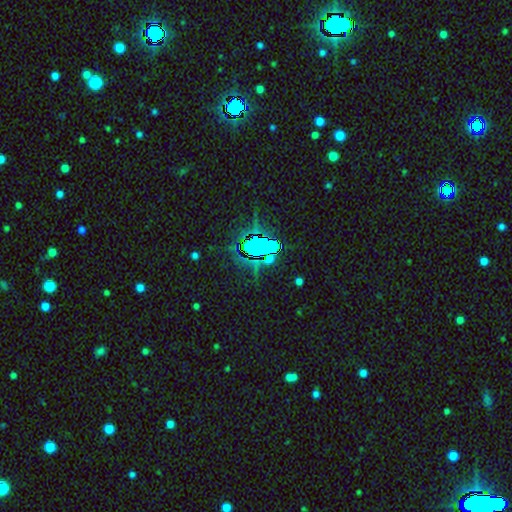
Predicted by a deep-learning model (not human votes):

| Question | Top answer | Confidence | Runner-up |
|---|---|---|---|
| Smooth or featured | star or artifact | 67% | smooth (21%) |